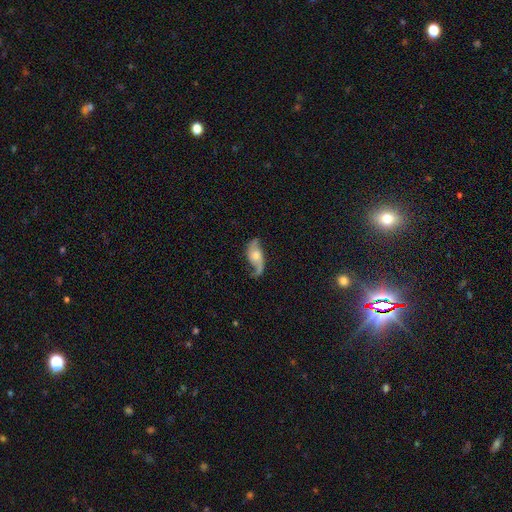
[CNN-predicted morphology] Smooth or featured? featured or disk (84%)
Edge-on disk? no (95%)
Bar? no (65%)
Spiral arms? yes (96%)
Spiral winding? loose (64%)
Spiral arm count? 2 (91%)
Bulge size? moderate (59%)
Merging? none (70%)